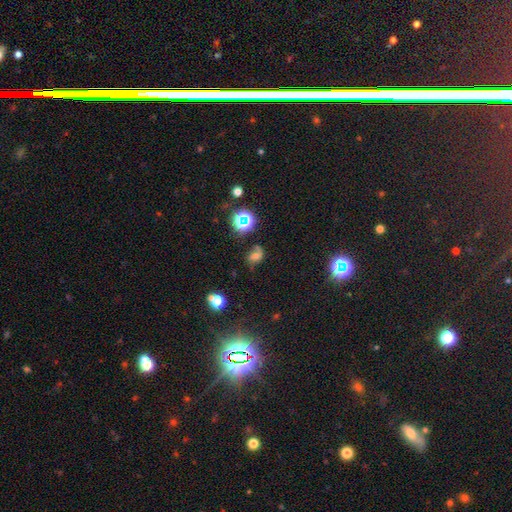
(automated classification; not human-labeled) smooth 42%, featured or disk 30%, star or artifact 28%. Down the decision tree: merging — none (54%).